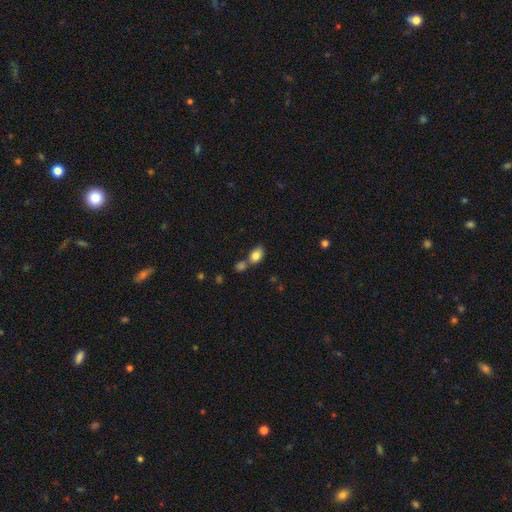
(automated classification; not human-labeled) Smooth or featured: smooth — 83% (featured or disk — 8%)
How rounded: in between — 84% (round — 15%)
Merging: none — 53% (merger — 30%)